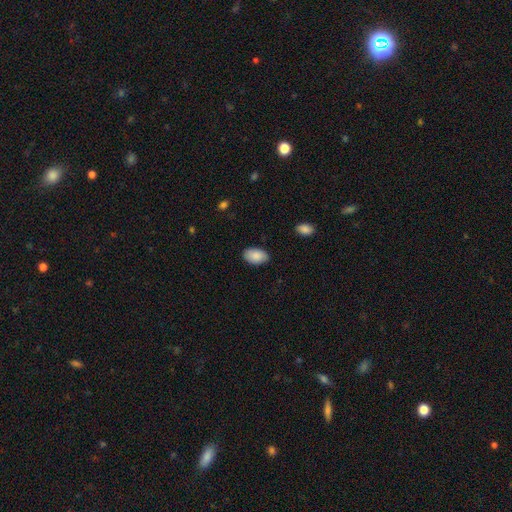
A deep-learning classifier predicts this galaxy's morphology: Smooth or featured: smooth — 88% (star or artifact — 6%)
How rounded: in between — 94% (round — 5%)
Merging: none — 85% (minor disturbance — 12%)